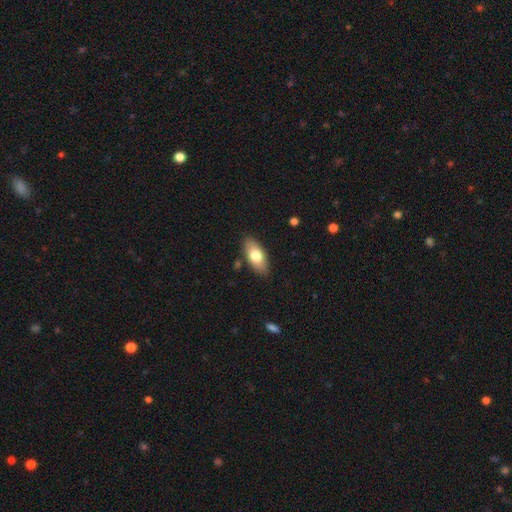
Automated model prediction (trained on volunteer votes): Morphology: type=smooth (73%); roundness=in between (88%); merging=none (86%).